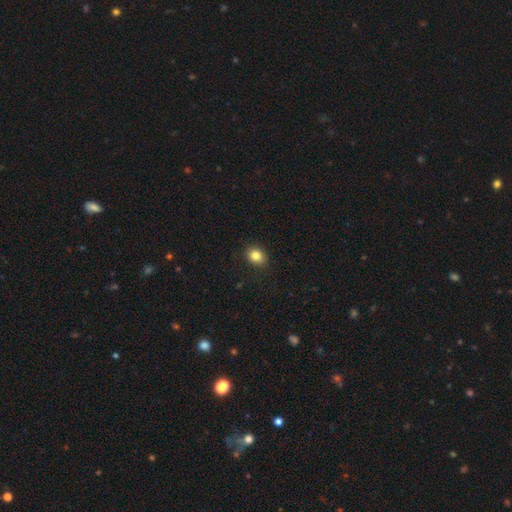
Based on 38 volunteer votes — smooth 87%, featured or disk 13%, star or artifact 0%. Down the decision tree: how rounded — round (52%); merging — none (87%).